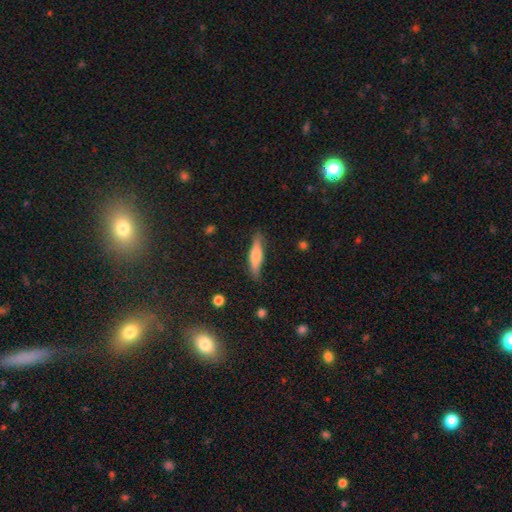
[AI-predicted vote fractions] A smooth galaxy with no disk features (63%) that is cigar-shaped (77%).

Vote fractions:
- Smooth or featured? smooth: 63% / featured or disk: 31% / star or artifact: 6%
- How rounded? cigar-shaped: 77% / in between: 21% / round: 2%
- Merging? none: 82% / minor disturbance: 13% / major disturbance: 3% / merger: 1%